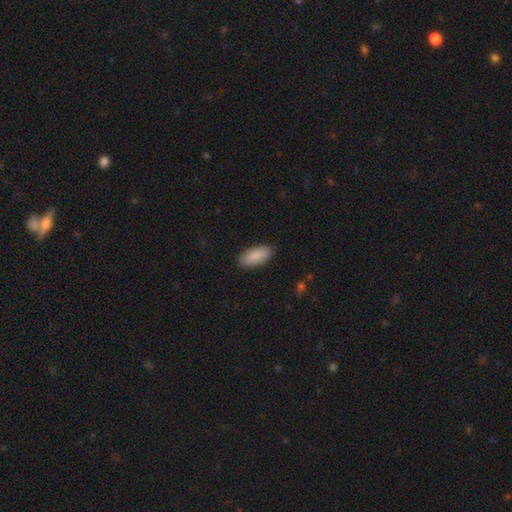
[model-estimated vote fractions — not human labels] The model was most divided on "merging": none: 88%, minor disturbance: 9%, major disturbance: 2%, merger: 1%. More confident: how rounded — in between (90%); smooth or featured — smooth (89%).